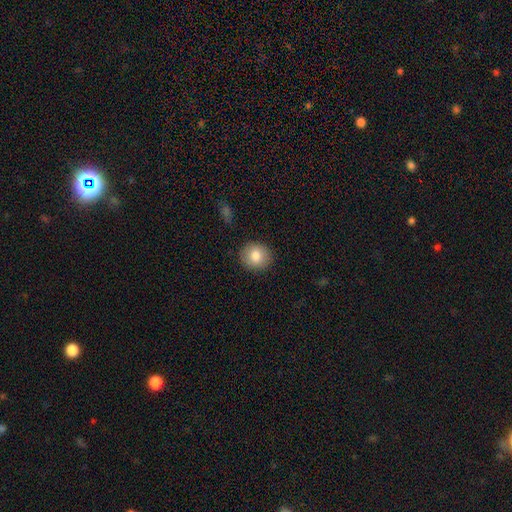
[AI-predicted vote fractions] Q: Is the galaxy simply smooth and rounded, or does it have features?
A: smooth — 83%.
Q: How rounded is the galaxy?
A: round — 82%.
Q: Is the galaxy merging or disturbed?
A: none — 88%.